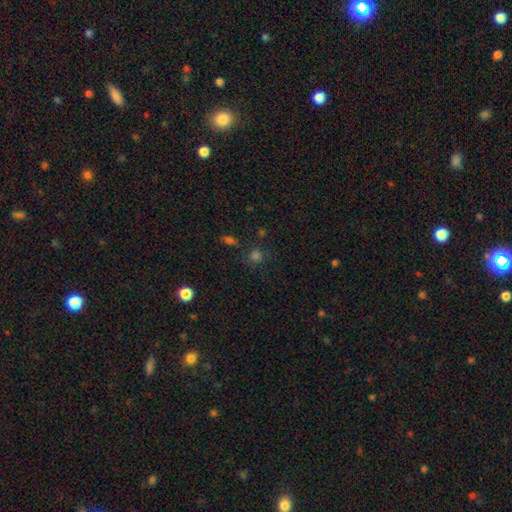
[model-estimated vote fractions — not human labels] smooth-or-featured: smooth: 62% | star or artifact: 31% | featured or disk: 7%
  how-rounded: round: 88% | in between: 11% | cigar-shaped: 1%
  merging: none: 77% | minor disturbance: 11% | merger: 7% | major disturbance: 5%